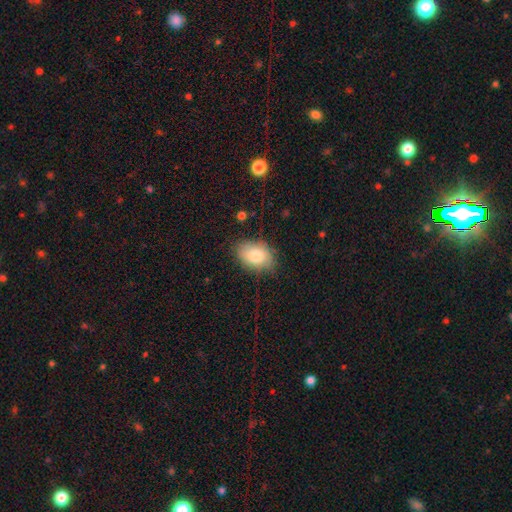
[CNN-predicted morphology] smooth_or_featured: smooth (p=0.80) [alt: featured or disk p=0.12]
how_rounded: in between (p=0.84) [alt: round p=0.14]
merging: none (p=0.78) [alt: minor disturbance p=0.17]